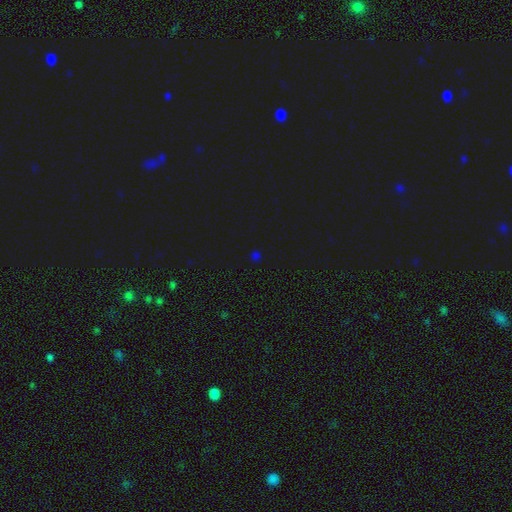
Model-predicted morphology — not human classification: A star or artifact, not a galaxy (57%).

Vote fractions:
- Smooth or featured? star or artifact: 57% / smooth: 38% / featured or disk: 5%